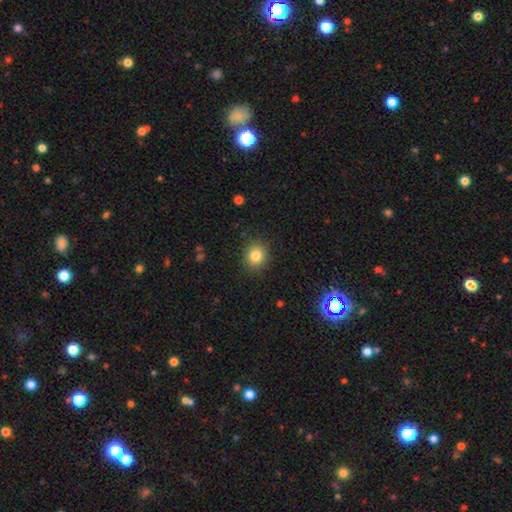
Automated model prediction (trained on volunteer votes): smooth-or-featured: smooth: 82% | star or artifact: 11% | featured or disk: 7%
  how-rounded: round: 79% | in between: 20% | cigar-shaped: 1%
  merging: none: 89% | minor disturbance: 7% | major disturbance: 2% | merger: 1%